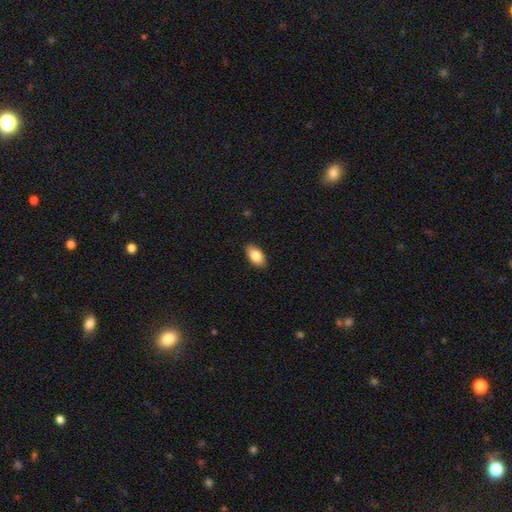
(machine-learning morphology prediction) The model was most divided on "smooth or featured": smooth: 83%, featured or disk: 10%, star or artifact: 7%. More confident: how rounded — in between (93%); merging — none (88%).